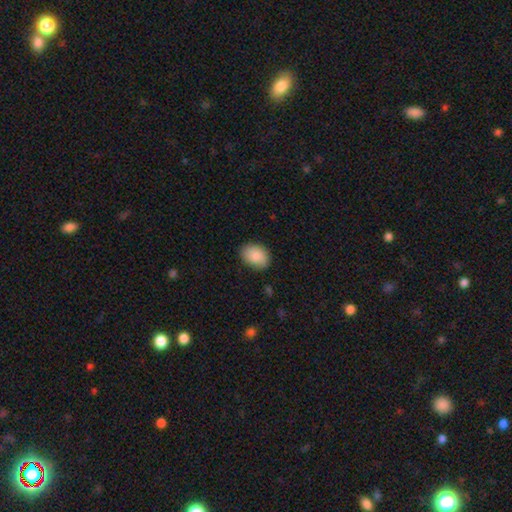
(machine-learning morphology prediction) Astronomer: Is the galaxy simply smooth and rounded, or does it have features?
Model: smooth — 86%.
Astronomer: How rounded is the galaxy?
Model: in between — 72%.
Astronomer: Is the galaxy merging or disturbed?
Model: none — 80%.